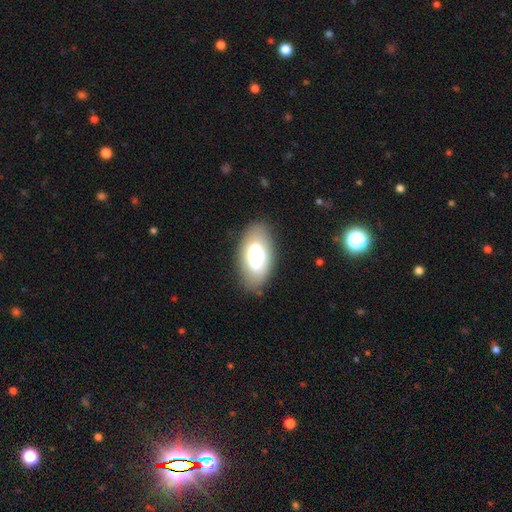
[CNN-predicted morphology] Smooth or featured? Predicted: smooth (p=0.73). How rounded? Predicted: in between (p=0.93). Merging? Predicted: none (p=0.82).